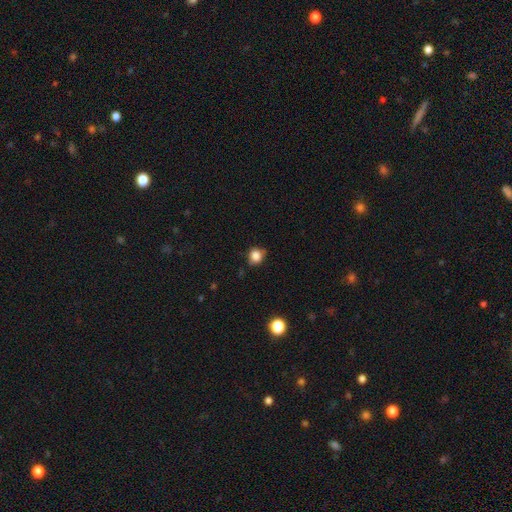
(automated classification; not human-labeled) Overall: smooth (83%). How rounded: round (80%). Merging: none (75%).